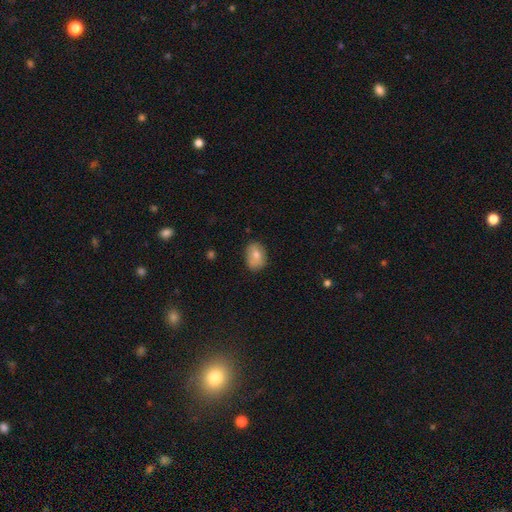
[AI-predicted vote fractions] Smooth or featured: smooth — 73% (featured or disk — 19%)
How rounded: in between — 74% (round — 25%)
Merging: none — 76% (minor disturbance — 19%)